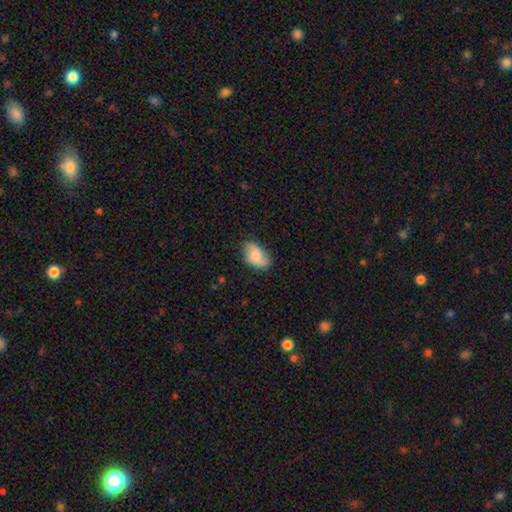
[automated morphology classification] The model was most divided on "smooth or featured": smooth: 58%, featured or disk: 35%, star or artifact: 8%. More confident: how rounded — in between (89%); merging — none (67%).